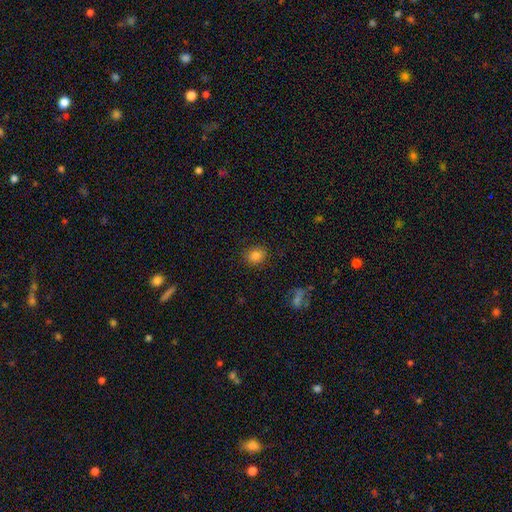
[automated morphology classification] Q: Smooth or featured?
A: smooth (82%); runner-up: star or artifact (12%)
Q: How rounded?
A: round (64%); runner-up: in between (35%)
Q: Merging?
A: none (84%); runner-up: minor disturbance (12%)